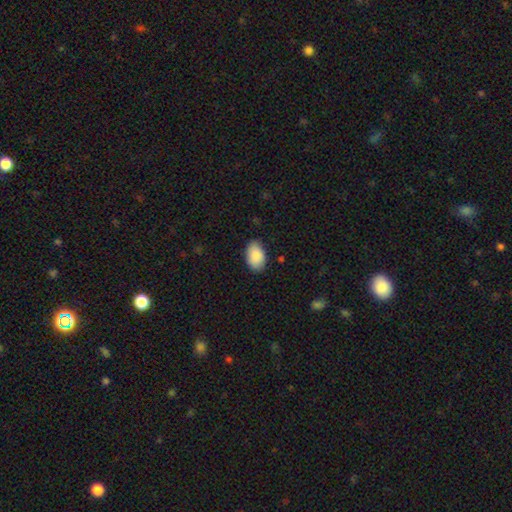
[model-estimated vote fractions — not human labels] smooth_or_featured: smooth (p=0.90) [alt: star or artifact p=0.06]
how_rounded: in between (p=0.91) [alt: round p=0.08]
merging: none (p=0.79) [alt: minor disturbance p=0.17]